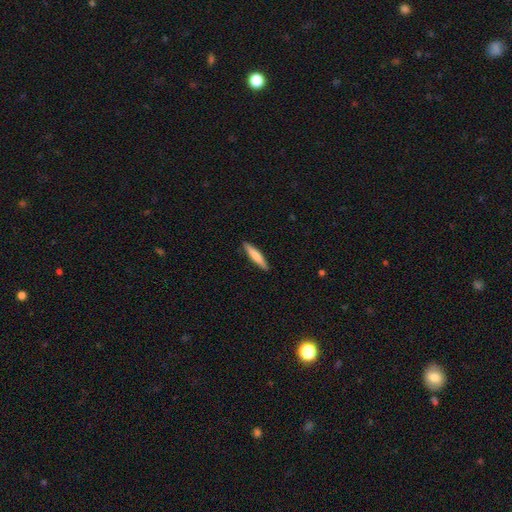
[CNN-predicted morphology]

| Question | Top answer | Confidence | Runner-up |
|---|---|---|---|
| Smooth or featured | smooth | 72% | featured or disk (23%) |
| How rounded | cigar-shaped | 90% | in between (9%) |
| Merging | none | 90% | minor disturbance (8%) |